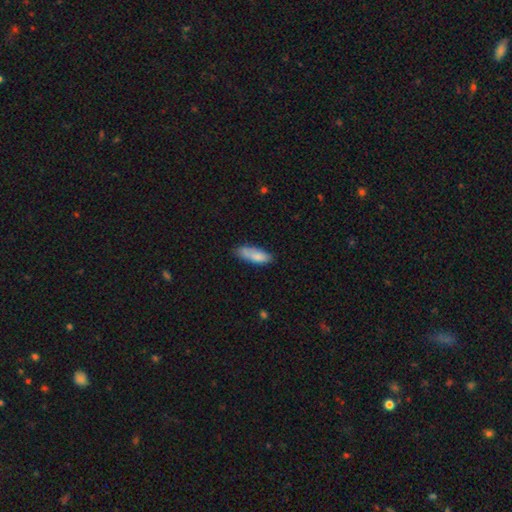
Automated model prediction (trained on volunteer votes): Morphology: type=smooth (81%); roundness=in between (65%); merging=none (63%).